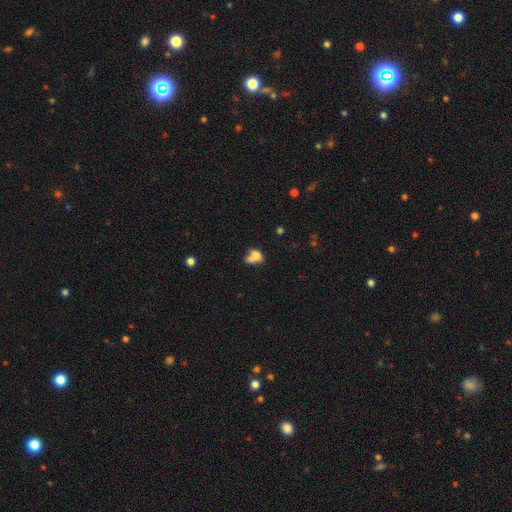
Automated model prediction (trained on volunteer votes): Smooth or featured?
  - smooth: 68% *
  - featured or disk: 20%
  - star or artifact: 12%
How rounded?
  - in between: 70% *
  - round: 26%
  - cigar-shaped: 3%
Merging?
  - merger: 54% *
  - none: 22%
  - minor disturbance: 12%
  - major disturbance: 12%